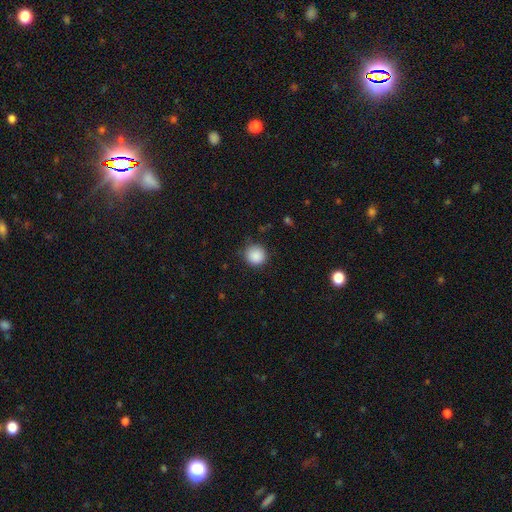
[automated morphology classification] The model was most divided on "merging": none: 86%, minor disturbance: 10%, major disturbance: 3%, merger: 1%. More confident: how rounded — round (93%); smooth or featured — smooth (88%).